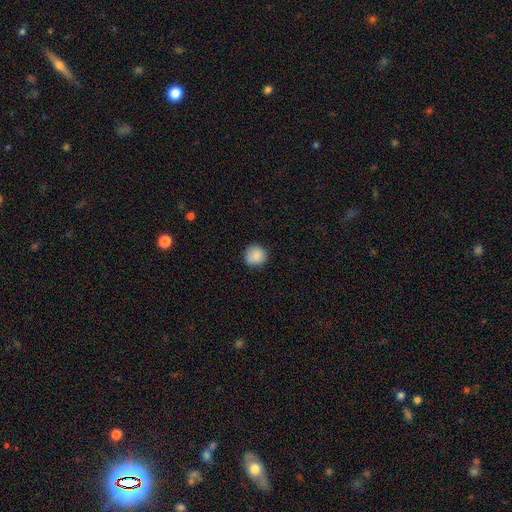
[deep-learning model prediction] A smooth galaxy with no disk features (87%) that is round (91%).

Vote fractions:
- Smooth or featured? smooth: 87% / star or artifact: 8% / featured or disk: 5%
- How rounded? round: 91% / in between: 8% / cigar-shaped: 1%
- Merging? none: 84% / minor disturbance: 12% / major disturbance: 2% / merger: 1%